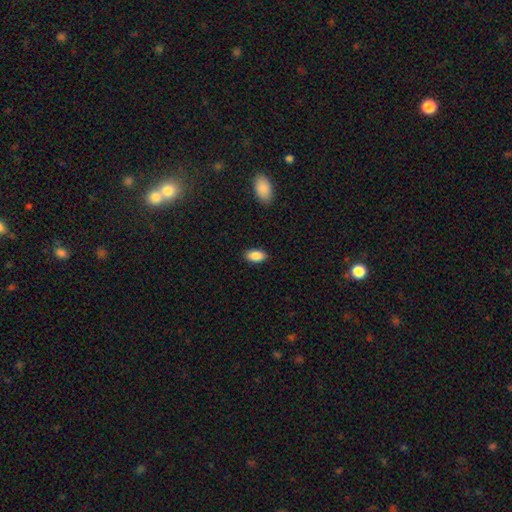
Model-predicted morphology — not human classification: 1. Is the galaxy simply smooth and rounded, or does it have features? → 89% smooth, 7% star or artifact, 4% featured or disk.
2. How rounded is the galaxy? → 93% in between, 5% round, 2% cigar-shaped.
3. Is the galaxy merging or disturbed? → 88% none, 9% minor disturbance, 2% major disturbance, 1% merger.